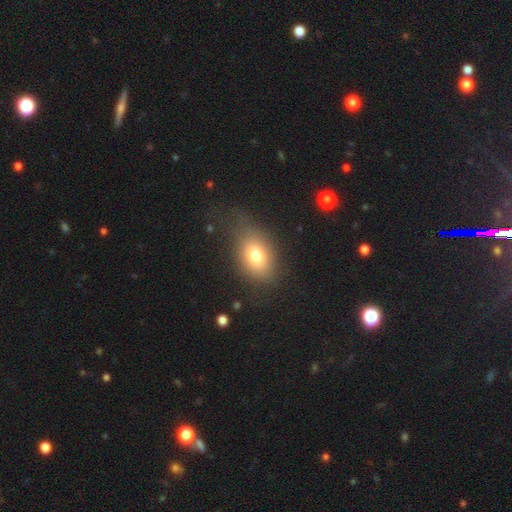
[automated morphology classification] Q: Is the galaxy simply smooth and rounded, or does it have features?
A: smooth — 75%.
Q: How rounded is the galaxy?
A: in between — 74%.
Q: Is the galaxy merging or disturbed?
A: none — 59%.